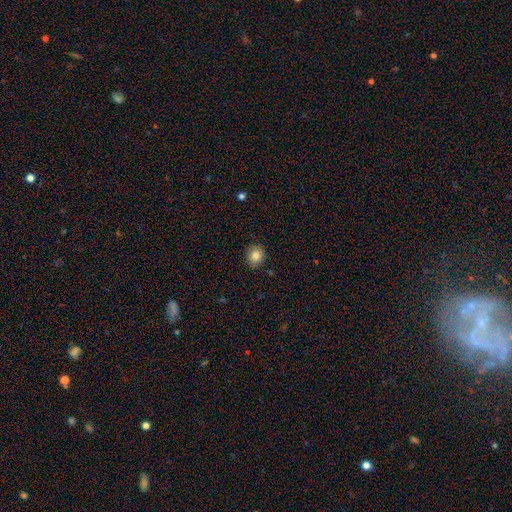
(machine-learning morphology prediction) Q: Smooth or featured?
A: smooth (84%); runner-up: star or artifact (10%)
Q: How rounded?
A: round (80%); runner-up: in between (20%)
Q: Merging?
A: none (89%); runner-up: minor disturbance (8%)